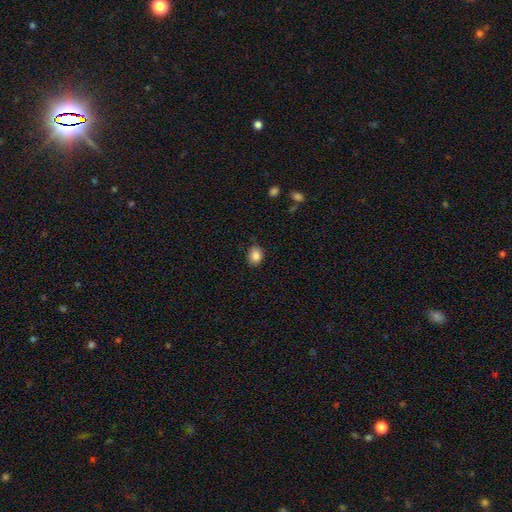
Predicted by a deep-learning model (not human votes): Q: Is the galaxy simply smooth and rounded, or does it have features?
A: smooth — 85%.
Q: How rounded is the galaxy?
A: round — 50%.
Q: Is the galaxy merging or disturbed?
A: none — 81%.